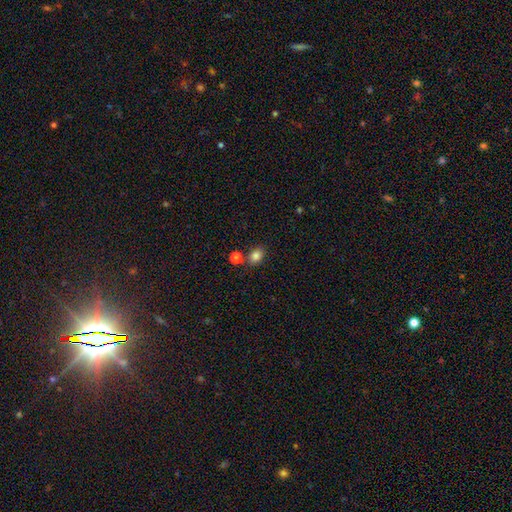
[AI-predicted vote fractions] Morphology: type=smooth (83%); roundness=in between (64%); merging=none (75%).